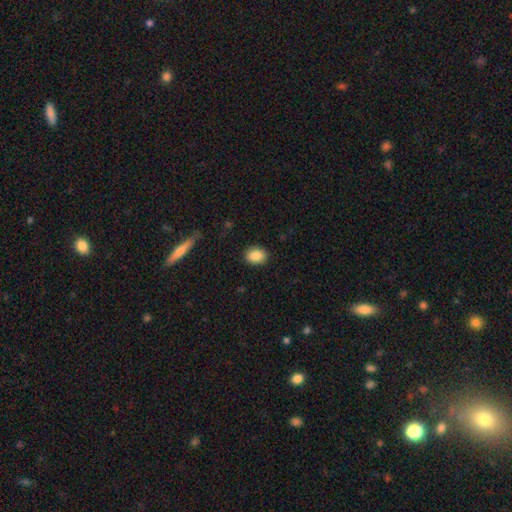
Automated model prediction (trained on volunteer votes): This appears to be a smooth galaxy with no disk features (86%) that is in between round and cigar-shaped (62%). Merging: none (89%).